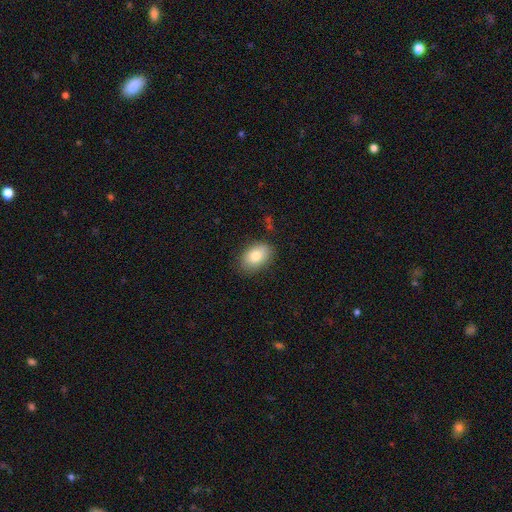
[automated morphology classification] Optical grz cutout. It shows a smooth galaxy with no disk features (80%) that is in between round and cigar-shaped (84%). Merging: none (83%).